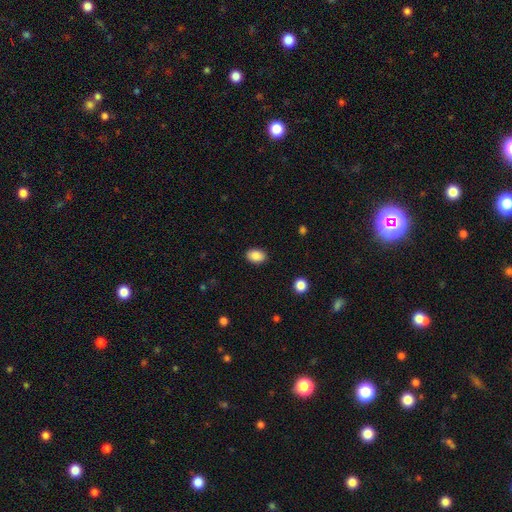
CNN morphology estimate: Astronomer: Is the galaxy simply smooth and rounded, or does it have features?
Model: smooth — 87%.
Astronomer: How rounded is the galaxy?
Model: in between — 81%.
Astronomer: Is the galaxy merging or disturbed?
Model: none — 88%.